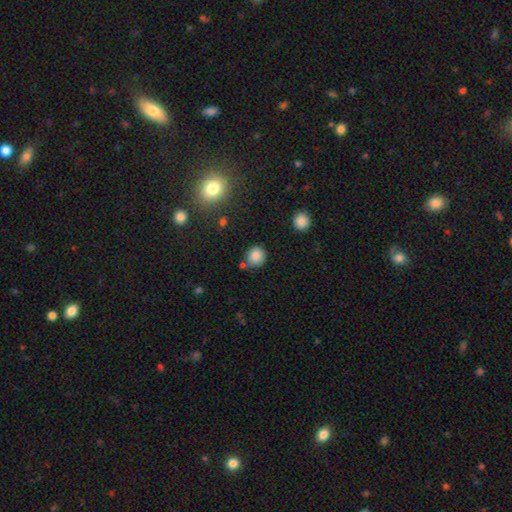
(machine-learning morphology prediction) Smooth or featured? Predicted: smooth (p=0.85). How rounded? Predicted: round (p=0.86). Merging? Predicted: none (p=0.74).